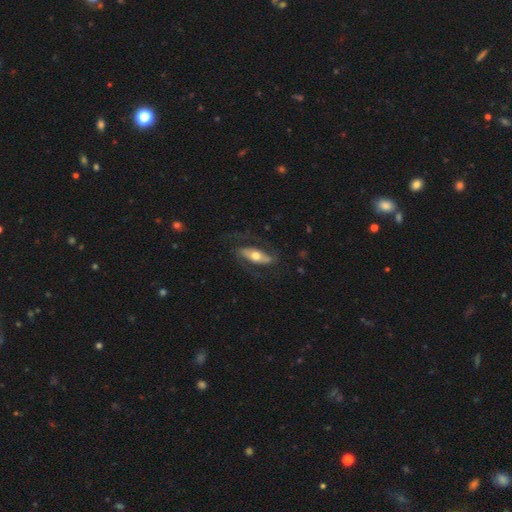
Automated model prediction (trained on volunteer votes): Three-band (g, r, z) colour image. It shows a featured or disk galaxy (57%). Merging: none (68%).